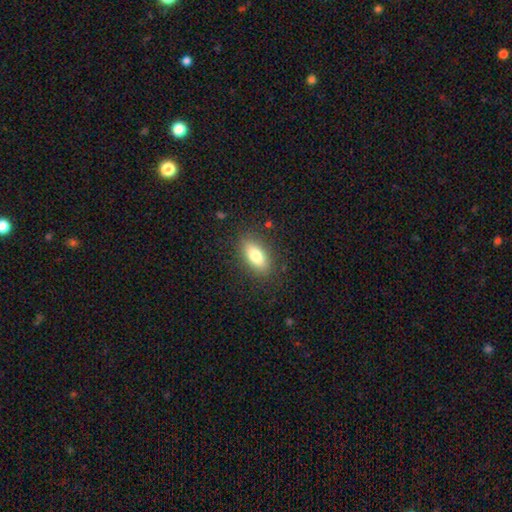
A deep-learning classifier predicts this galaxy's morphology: Smooth or featured?
  - smooth: 78% *
  - featured or disk: 14%
  - star or artifact: 8%
How rounded?
  - in between: 84% *
  - cigar-shaped: 12%
  - round: 4%
Merging?
  - none: 85% *
  - minor disturbance: 11%
  - major disturbance: 3%
  - merger: 1%